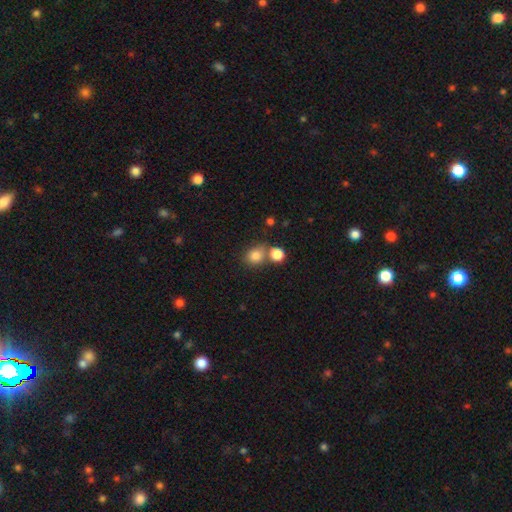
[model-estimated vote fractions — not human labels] smooth 82%, star or artifact 12%, featured or disk 7%. Down the decision tree: how rounded — round (71%); merging — none (58%).